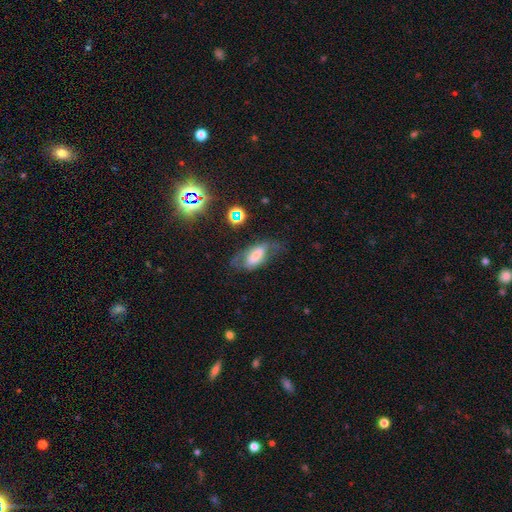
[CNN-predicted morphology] Smooth or featured? Predicted: featured or disk (p=0.45). Merging? Predicted: none (p=0.51).